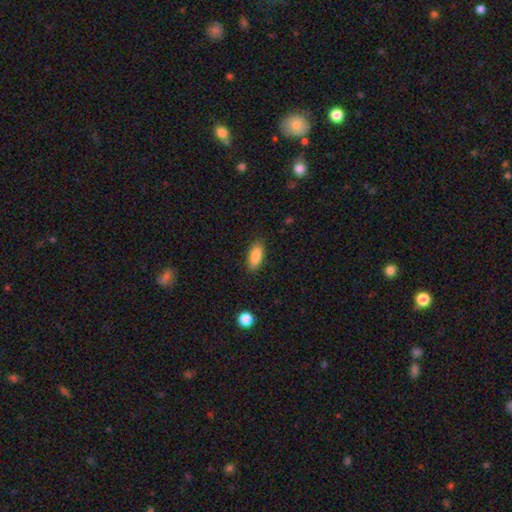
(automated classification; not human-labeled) The model was most divided on "how rounded": in between: 82%, cigar-shaped: 15%, round: 2%. More confident: smooth or featured — smooth (87%); merging — none (86%).